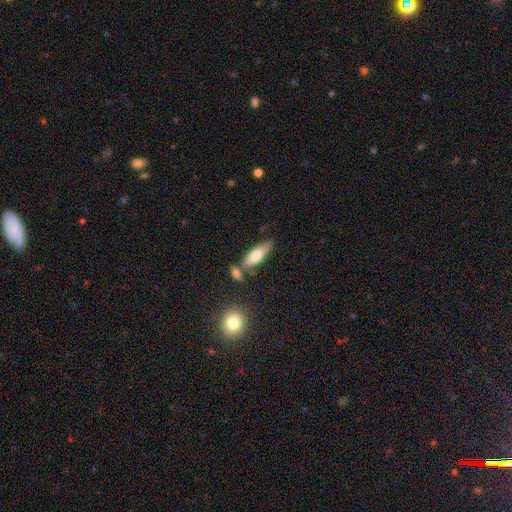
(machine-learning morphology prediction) This is likely a smooth galaxy (69%). How rounded: possibly in between (55%). Merging: likely none (64%).